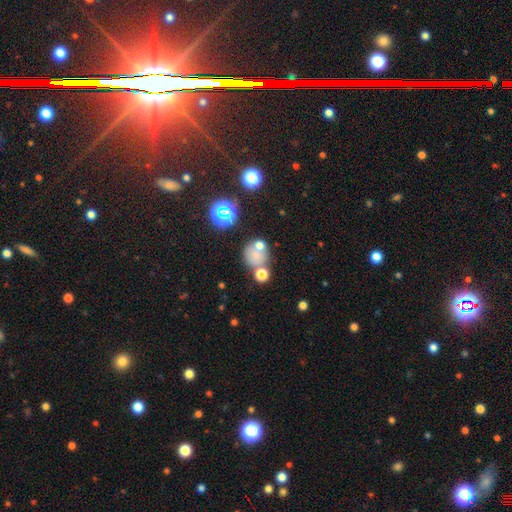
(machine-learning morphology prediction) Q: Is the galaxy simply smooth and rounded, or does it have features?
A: smooth — 63%.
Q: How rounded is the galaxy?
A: round — 81%.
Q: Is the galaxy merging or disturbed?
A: none — 54%.